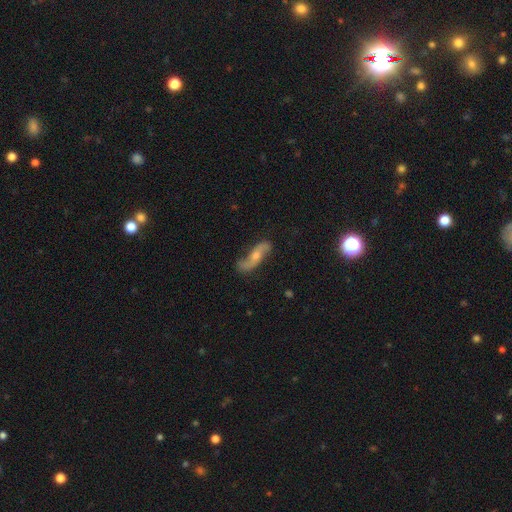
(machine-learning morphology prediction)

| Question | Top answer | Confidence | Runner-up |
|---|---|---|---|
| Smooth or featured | featured or disk | 77% | smooth (16%) |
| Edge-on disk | no | 84% | yes (16%) |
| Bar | no | 60% | weak (28%) |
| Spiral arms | yes | 93% | no (7%) |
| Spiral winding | loose | 73% | medium (20%) |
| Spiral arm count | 2 | 91% | can't tell (4%) |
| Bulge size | moderate | 54% | small (37%) |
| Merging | none | 76% | minor disturbance (16%) |